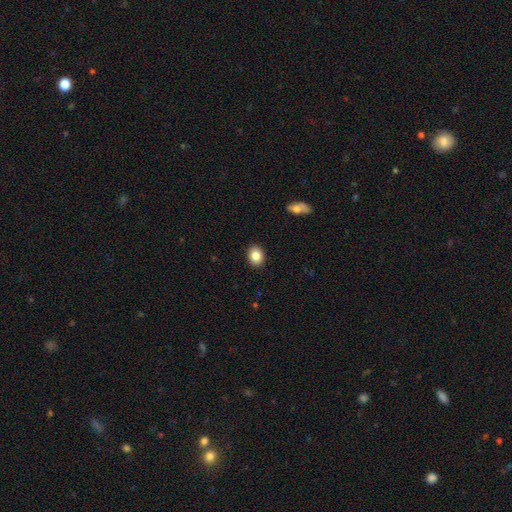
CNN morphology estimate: Smooth or featured?
  - smooth: 84% *
  - star or artifact: 9%
  - featured or disk: 7%
How rounded?
  - in between: 56% *
  - round: 43%
  - cigar-shaped: 1%
Merging?
  - none: 91% *
  - minor disturbance: 7%
  - major disturbance: 2%
  - merger: 1%